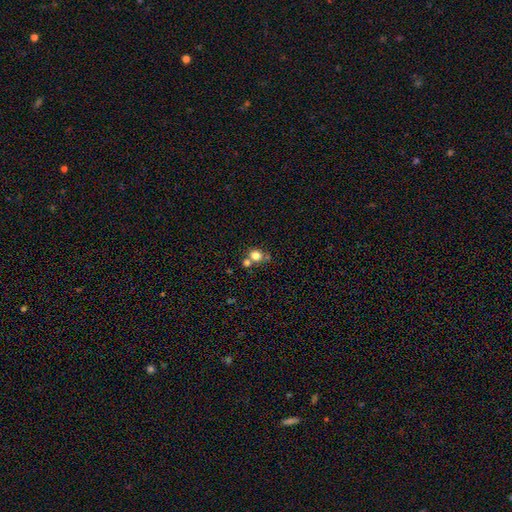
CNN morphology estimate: A smooth galaxy with no disk features (77%) that is round (78%).

Vote fractions:
- Smooth or featured? smooth: 77% / star or artifact: 13% / featured or disk: 10%
- How rounded? round: 78% / in between: 21% / cigar-shaped: 1%
- Merging? none: 51% / merger: 36% / minor disturbance: 9% / major disturbance: 4%